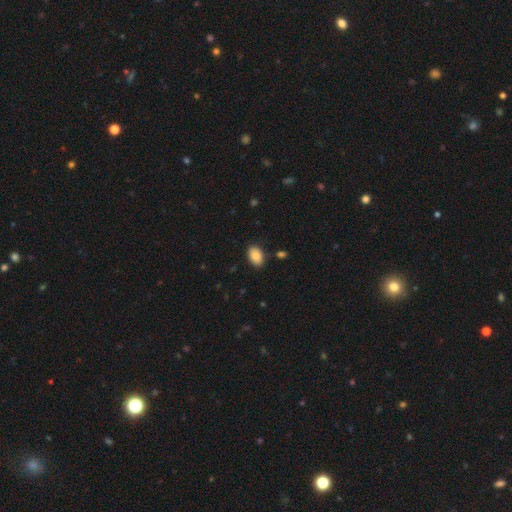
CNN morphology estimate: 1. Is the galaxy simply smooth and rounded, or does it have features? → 87% smooth, 7% star or artifact, 6% featured or disk.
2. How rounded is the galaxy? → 89% in between, 10% round, 1% cigar-shaped.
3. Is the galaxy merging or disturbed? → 85% none, 10% minor disturbance, 2% merger, 2% major disturbance.